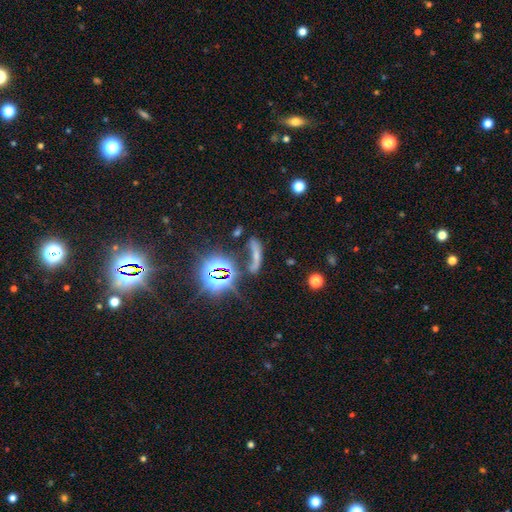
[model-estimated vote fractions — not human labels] smooth 39%, star or artifact 38%, featured or disk 24%. Down the decision tree: merging — none (37%).